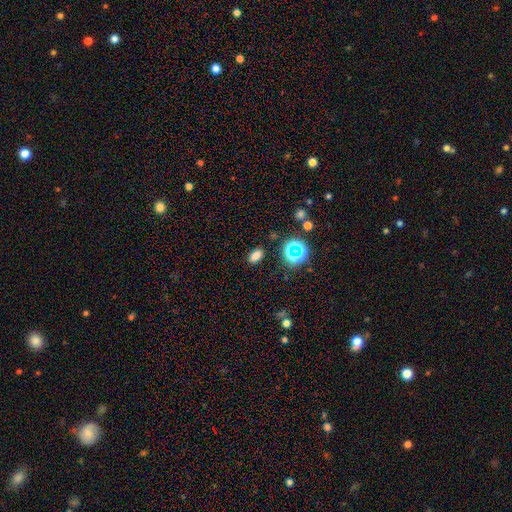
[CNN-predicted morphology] smooth-or-featured: smooth: 76% | star or artifact: 19% | featured or disk: 5%
  how-rounded: in between: 85% | round: 12% | cigar-shaped: 3%
  merging: none: 87% | minor disturbance: 9% | major disturbance: 3% | merger: 2%